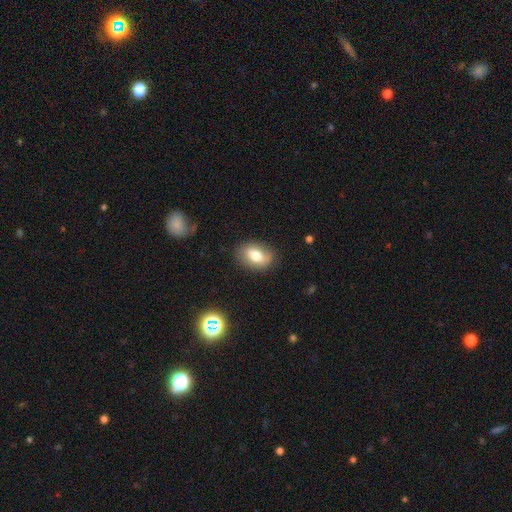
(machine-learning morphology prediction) Smooth or featured: smooth — 71% (featured or disk — 20%)
How rounded: in between — 81% (round — 17%)
Merging: none — 80% (minor disturbance — 15%)